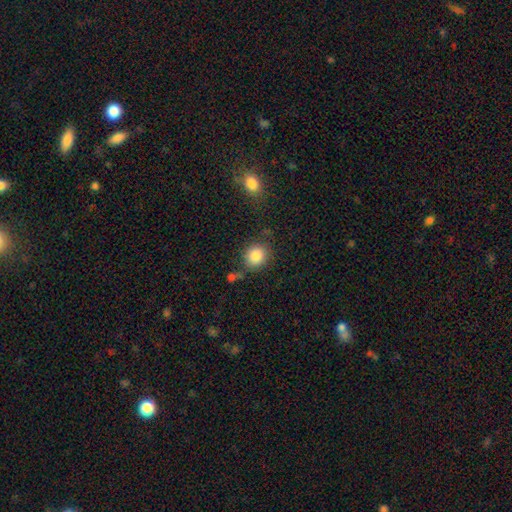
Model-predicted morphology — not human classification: Q: Smooth or featured?
A: smooth (86%); runner-up: star or artifact (9%)
Q: How rounded?
A: round (81%); runner-up: in between (18%)
Q: Merging?
A: none (76%); runner-up: minor disturbance (13%)